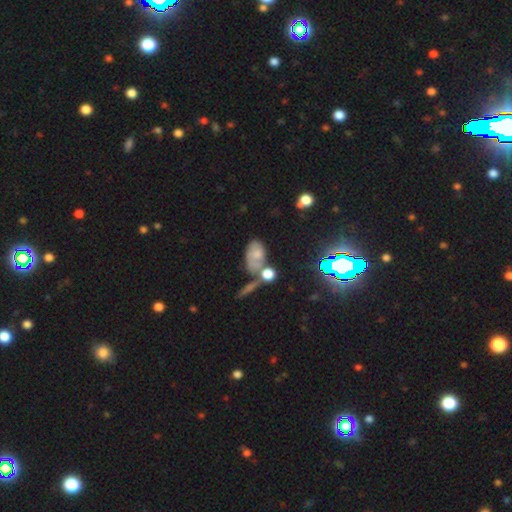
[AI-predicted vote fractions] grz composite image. It shows a smooth galaxy with no disk features (56%) that is in between round and cigar-shaped (87%). Merging: none (34%, tied with merger).